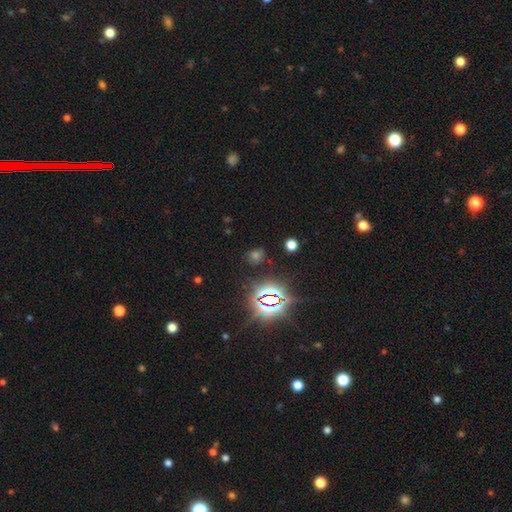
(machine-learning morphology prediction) This appears to be a star or artifact, not a galaxy (60%).